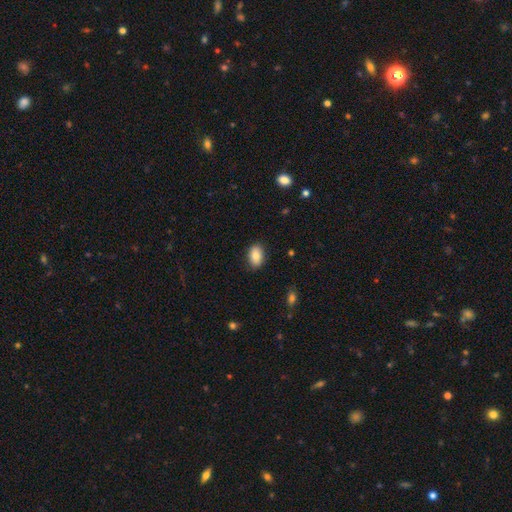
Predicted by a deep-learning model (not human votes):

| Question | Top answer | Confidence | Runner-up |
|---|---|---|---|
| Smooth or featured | smooth | 84% | featured or disk (8%) |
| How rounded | in between | 88% | round (11%) |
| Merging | none | 86% | minor disturbance (10%) |